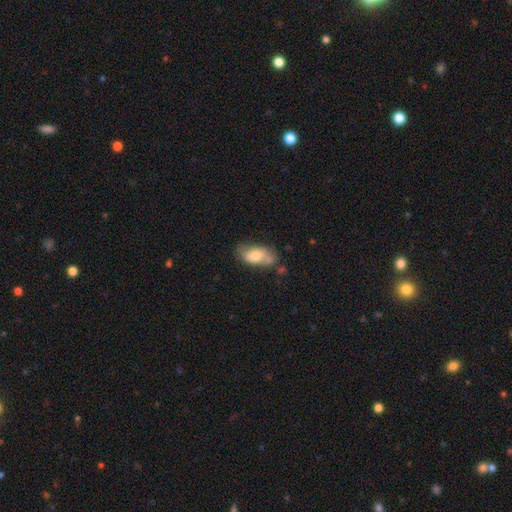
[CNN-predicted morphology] A smooth galaxy with no disk features (60%) that is in between round and cigar-shaped (91%).

Vote fractions:
- Smooth or featured? smooth: 60% / featured or disk: 33% / star or artifact: 7%
- How rounded? in between: 91% / round: 5% / cigar-shaped: 4%
- Merging? none: 54% / minor disturbance: 28% / major disturbance: 9% / merger: 9%